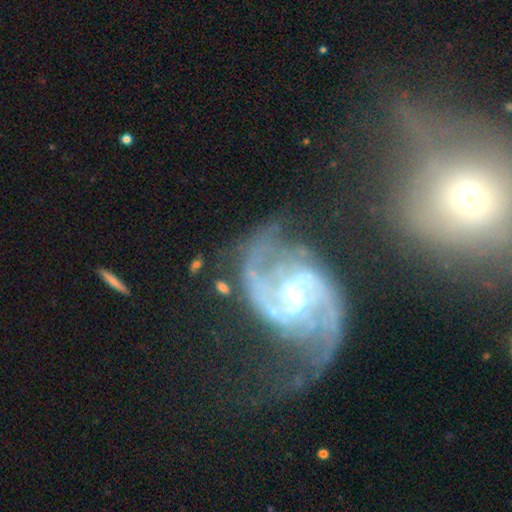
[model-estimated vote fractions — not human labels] smooth_or_featured: featured or disk (p=0.91) [alt: star or artifact p=0.05]
disk_edge_on: no (p=0.98) [alt: yes p=0.02]
bar: weak (p=0.52) [alt: no p=0.26]
has_spiral_arms: yes (p=0.98) [alt: no p=0.02]
spiral_winding: medium (p=0.54) [alt: loose p=0.28]
spiral_arm_count: 2 (p=0.84) [alt: 3 p=0.05]
bulge_size: small (p=0.57) [alt: moderate p=0.36]
merging: none (p=0.53) [alt: minor disturbance p=0.20]